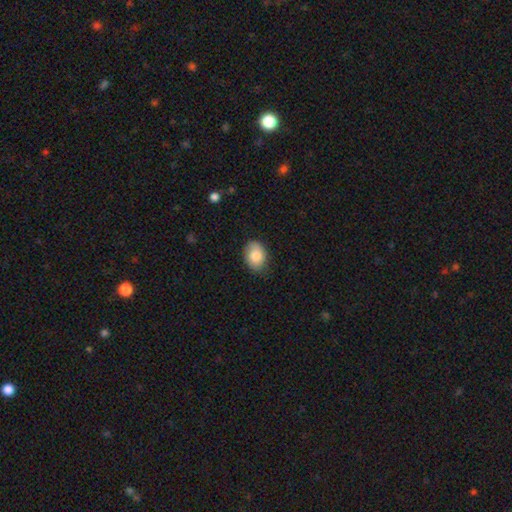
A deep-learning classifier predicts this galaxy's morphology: smooth_or_featured: smooth (p=0.83) [alt: featured or disk p=0.10]
how_rounded: in between (p=0.73) [alt: round p=0.26]
merging: none (p=0.80) [alt: minor disturbance p=0.16]